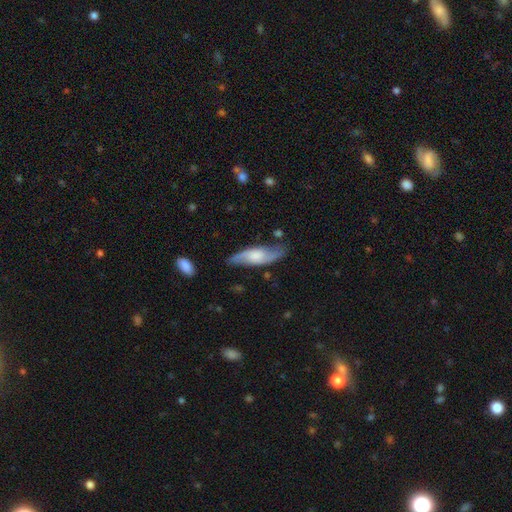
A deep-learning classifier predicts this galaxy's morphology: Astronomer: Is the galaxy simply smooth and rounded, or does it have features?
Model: featured or disk — 60%.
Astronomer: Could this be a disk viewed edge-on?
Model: no — 74%.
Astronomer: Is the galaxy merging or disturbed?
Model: none — 74%.